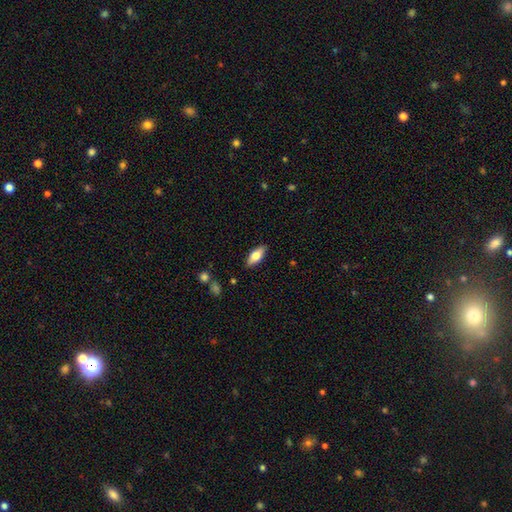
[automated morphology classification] Smooth or featured: smooth — 70% (featured or disk — 23%)
How rounded: in between — 78% (cigar-shaped — 20%)
Merging: none — 87% (minor disturbance — 9%)